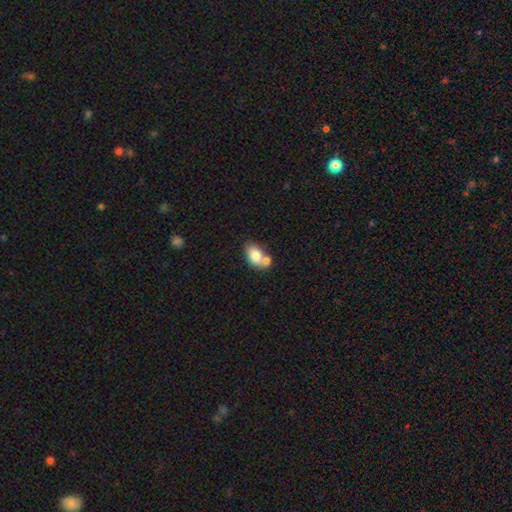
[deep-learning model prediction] The model was most divided on "merging": merger: 45%, none: 37%, minor disturbance: 13%, major disturbance: 5%. More confident: how rounded — in between (87%); smooth or featured — smooth (78%).